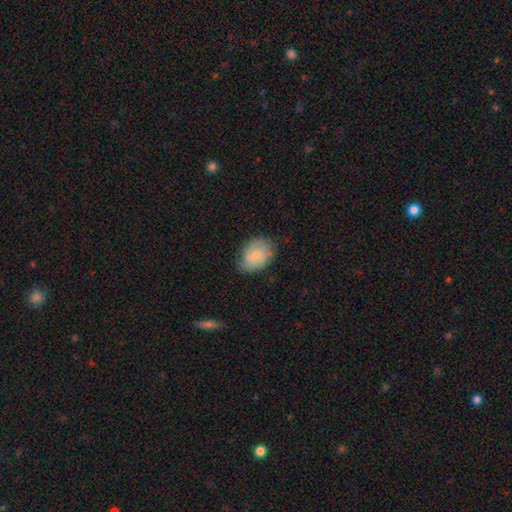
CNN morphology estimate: smooth_or_featured: smooth (p=0.67) [alt: featured or disk p=0.26]
how_rounded: in between (p=0.73) [alt: round p=0.26]
merging: none (p=0.69) [alt: minor disturbance p=0.24]